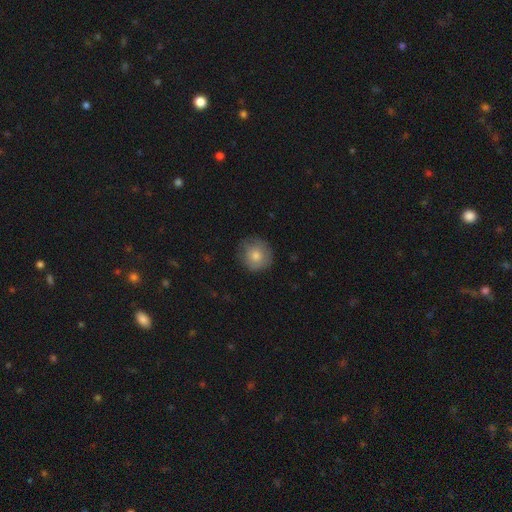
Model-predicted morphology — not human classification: The model was most divided on "smooth or featured": smooth: 75%, featured or disk: 16%, star or artifact: 9%. More confident: how rounded — round (93%); merging — none (81%).